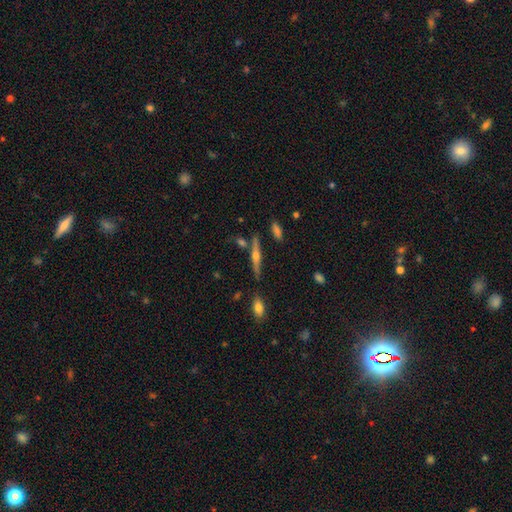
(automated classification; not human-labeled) Smooth or featured?
  - featured or disk: 68% *
  - smooth: 24%
  - star or artifact: 8%
Edge-on disk?
  - yes: 96% *
  - no: 4%
Edge-on bulge?
  - rounded: 92% *
  - none: 4%
  - boxy: 4%
Merging?
  - none: 78% *
  - minor disturbance: 11%
  - merger: 8%
  - major disturbance: 3%